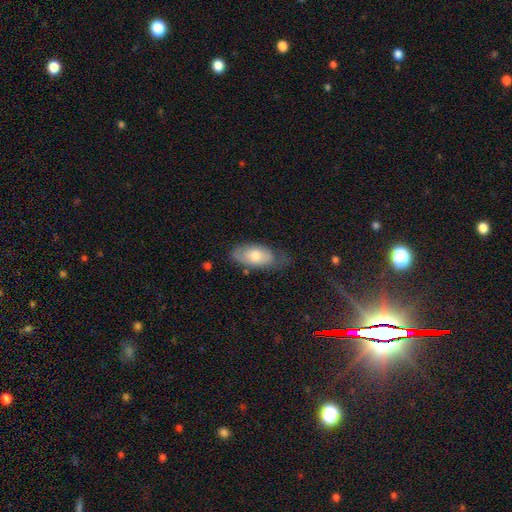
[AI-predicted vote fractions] A smooth galaxy with no disk features (66%) that is in between round and cigar-shaped (92%).

Vote fractions:
- Smooth or featured? smooth: 66% / featured or disk: 28% / star or artifact: 6%
- How rounded? in between: 92% / round: 4% / cigar-shaped: 4%
- Merging? none: 52% / minor disturbance: 34% / major disturbance: 12% / merger: 2%